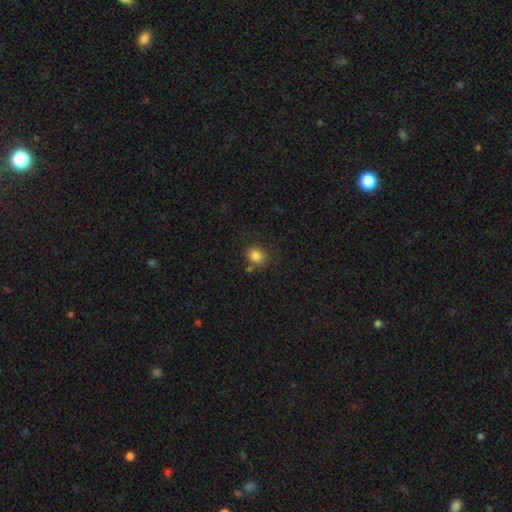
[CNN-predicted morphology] Smooth or featured? Predicted: smooth (p=0.83). How rounded? Predicted: round (p=0.80). Merging? Predicted: none (p=0.75).